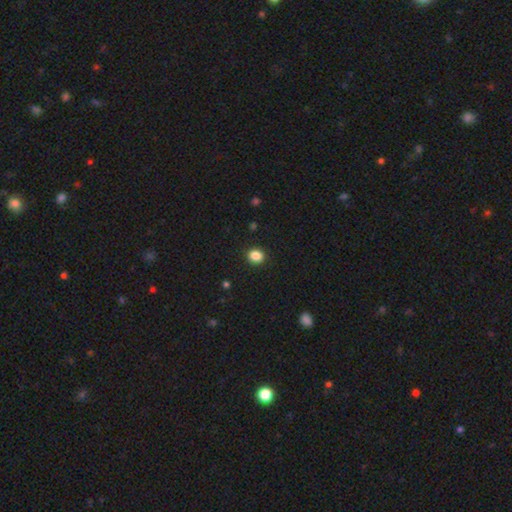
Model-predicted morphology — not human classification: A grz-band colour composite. It shows a smooth galaxy with no disk features (86%) that is round (71%). Merging: none (91%).